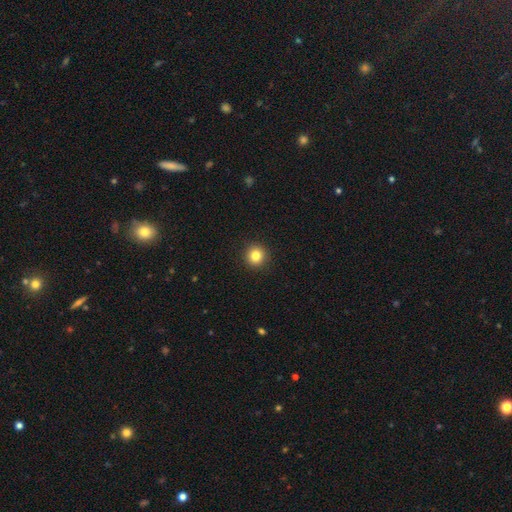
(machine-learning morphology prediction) Smooth or featured? smooth (83%)
How rounded? round (93%)
Merging? none (93%)